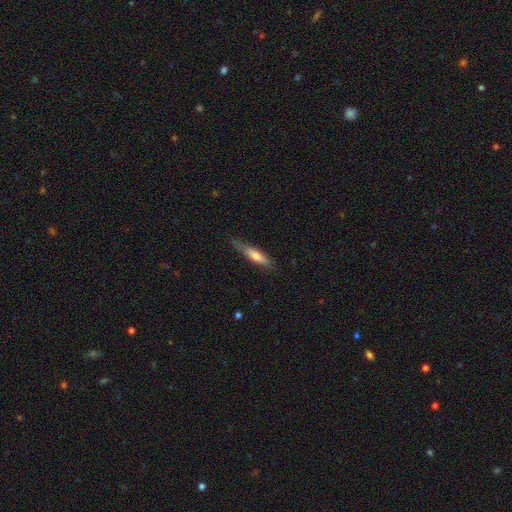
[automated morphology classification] Overall: smooth (64%; featured or disk 31%). How rounded: cigar-shaped (83%). Merging: none (72%).